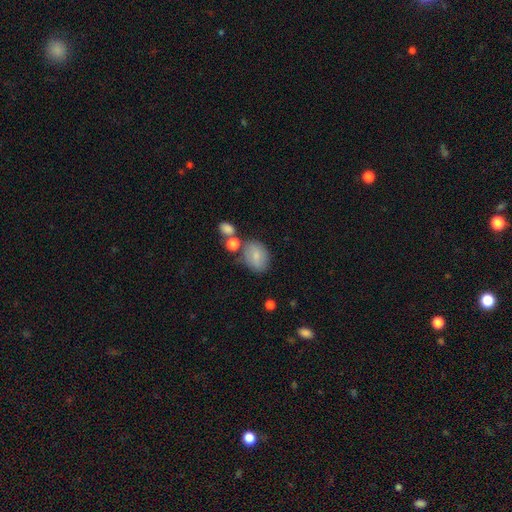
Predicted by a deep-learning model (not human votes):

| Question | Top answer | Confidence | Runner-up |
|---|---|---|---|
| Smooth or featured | smooth | 76% | featured or disk (15%) |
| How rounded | in between | 69% | round (30%) |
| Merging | none | 60% | minor disturbance (18%) |